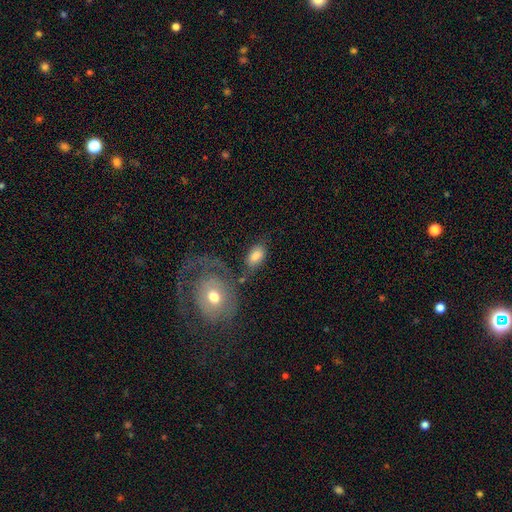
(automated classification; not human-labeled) smooth_or_featured: smooth (p=0.79) [alt: featured or disk p=0.14]
how_rounded: in between (p=0.90) [alt: round p=0.07]
merging: none (p=0.55) [alt: minor disturbance p=0.19]